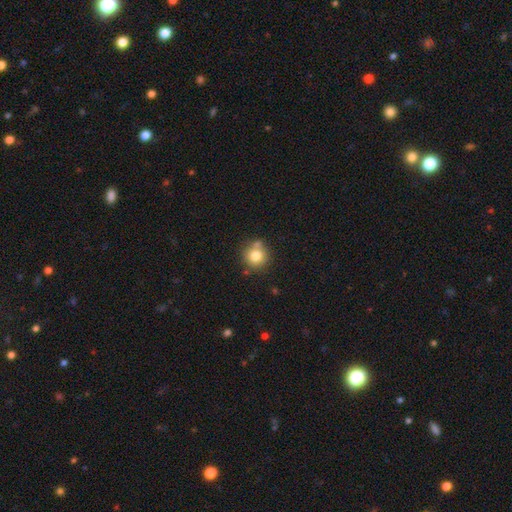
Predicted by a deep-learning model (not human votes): A smooth galaxy with no disk features (78%) that is round (93%).

Vote fractions:
- Smooth or featured? smooth: 78% / star or artifact: 11% / featured or disk: 11%
- How rounded? round: 93% / in between: 7% / cigar-shaped: 1%
- Merging? none: 70% / merger: 15% / minor disturbance: 12% / major disturbance: 3%